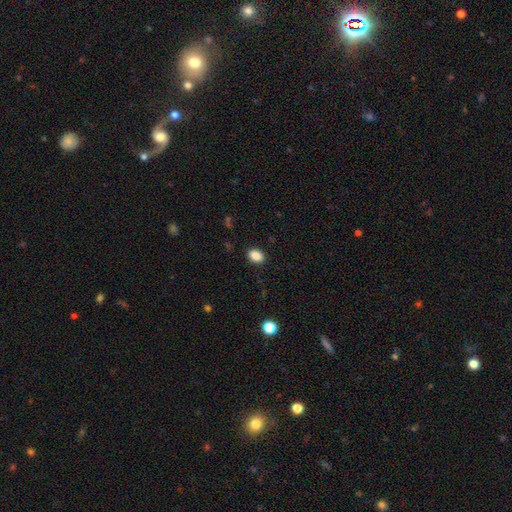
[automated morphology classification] Smooth or featured: smooth — 88% (star or artifact — 9%)
How rounded: in between — 78% (round — 21%)
Merging: none — 89% (minor disturbance — 8%)